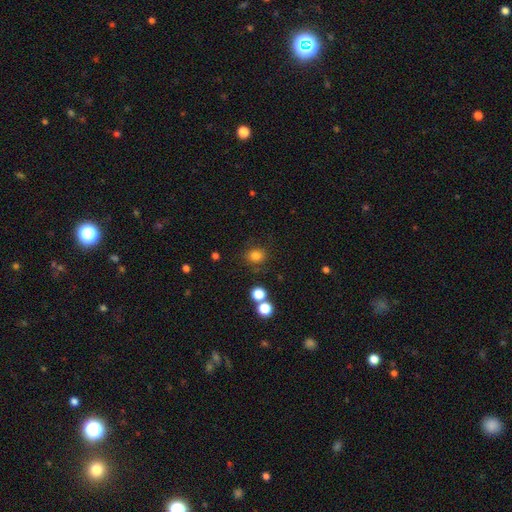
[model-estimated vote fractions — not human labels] Smooth or featured: smooth — 80% (star or artifact — 14%)
How rounded: round — 77% (in between — 22%)
Merging: none — 82% (minor disturbance — 10%)